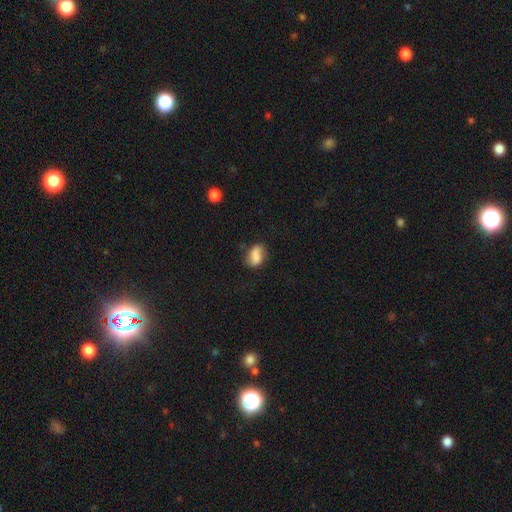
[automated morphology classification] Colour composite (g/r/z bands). It shows a smooth galaxy with no disk features (75%) that is in between round and cigar-shaped (81%). Merging: none (59%).